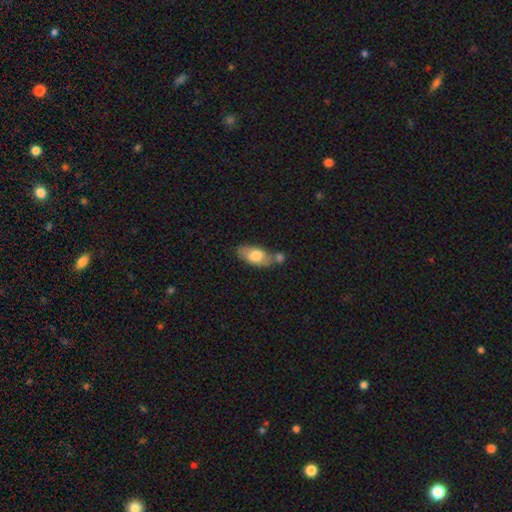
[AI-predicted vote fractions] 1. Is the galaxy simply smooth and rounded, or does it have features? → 71% smooth, 23% featured or disk, 6% star or artifact.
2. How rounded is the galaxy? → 88% in between, 9% cigar-shaped, 4% round.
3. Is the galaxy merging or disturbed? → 52% none, 24% merger, 18% minor disturbance, 5% major disturbance.